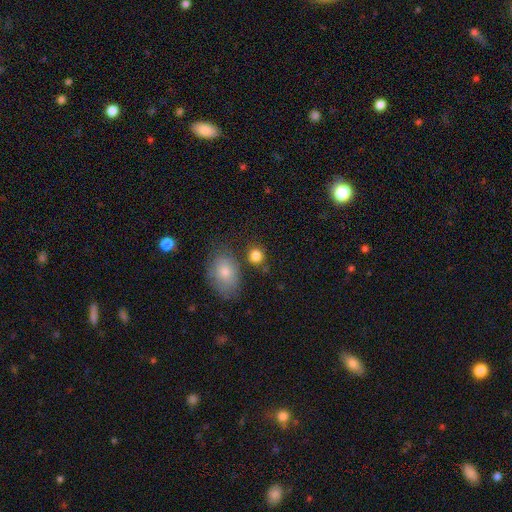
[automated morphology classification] Q: Smooth or featured?
A: smooth (83%); runner-up: star or artifact (10%)
Q: How rounded?
A: round (76%); runner-up: in between (23%)
Q: Merging?
A: none (74%); runner-up: minor disturbance (11%)